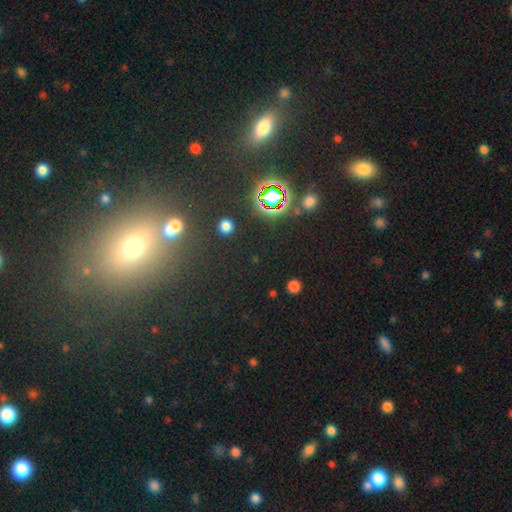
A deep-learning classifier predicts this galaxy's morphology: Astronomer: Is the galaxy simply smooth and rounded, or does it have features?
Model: star or artifact — 49% (runner-up: smooth, 39%).